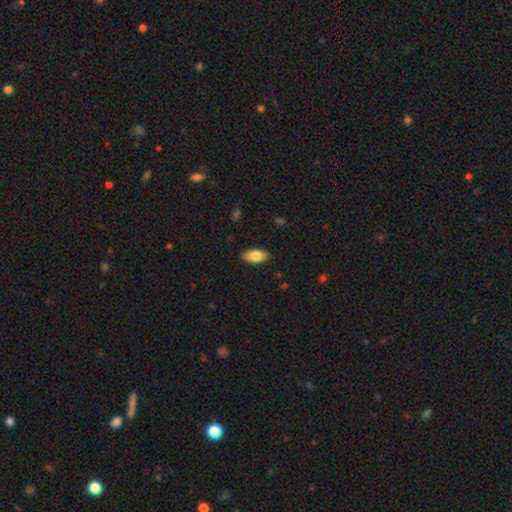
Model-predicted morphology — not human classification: The model was most divided on "smooth or featured": smooth: 82%, featured or disk: 12%, star or artifact: 6%. More confident: how rounded — in between (91%); merging — none (88%).